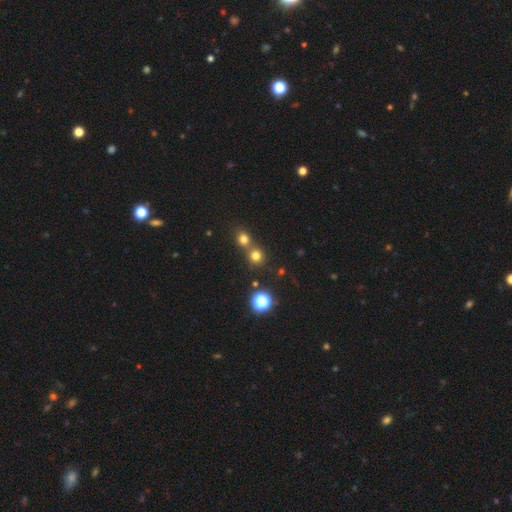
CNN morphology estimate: A smooth galaxy with no disk features (72%) that is round (90%).

Vote fractions:
- Smooth or featured? smooth: 72% / star or artifact: 21% / featured or disk: 7%
- How rounded? round: 90% / in between: 9% / cigar-shaped: 1%
- Merging? none: 57% / merger: 34% / minor disturbance: 6% / major disturbance: 3%